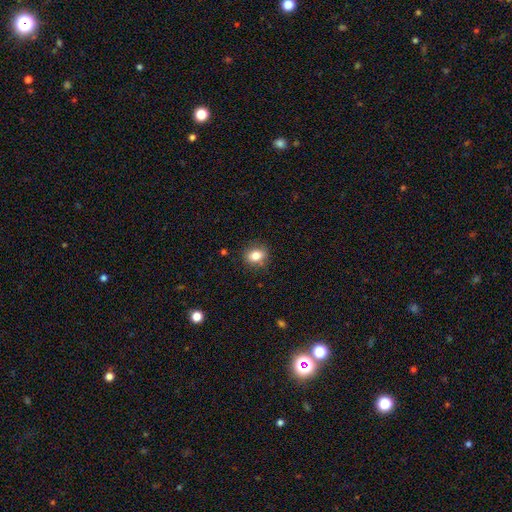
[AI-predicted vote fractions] Smooth or featured?
  - smooth: 81% *
  - star or artifact: 10%
  - featured or disk: 9%
How rounded?
  - round: 50% *
  - in between: 49%
  - cigar-shaped: 1%
Merging?
  - none: 83% *
  - minor disturbance: 12%
  - major disturbance: 3%
  - merger: 2%